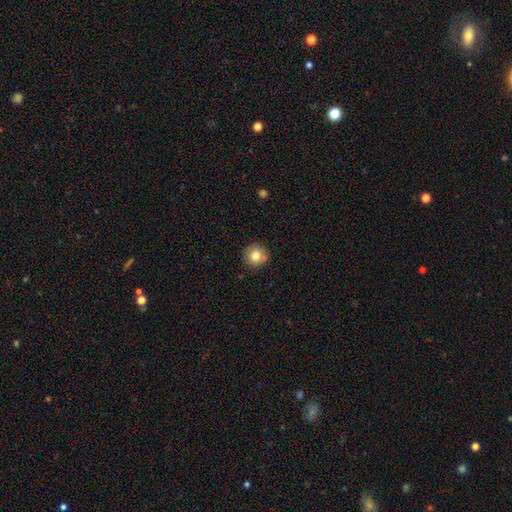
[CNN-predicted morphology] Overall: smooth (80%). How rounded: round (94%). Merging: none (85%).